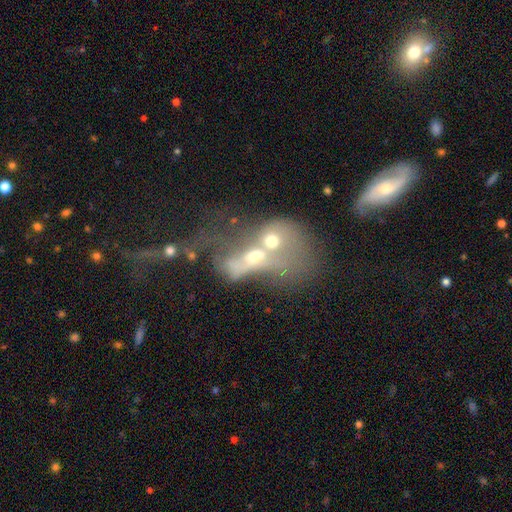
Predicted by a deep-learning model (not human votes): Smooth or featured?
  - featured or disk: 49% *
  - smooth: 36%
  - star or artifact: 14%
Merging?
  - merger: 73% *
  - major disturbance: 16%
  - none: 7%
  - minor disturbance: 4%